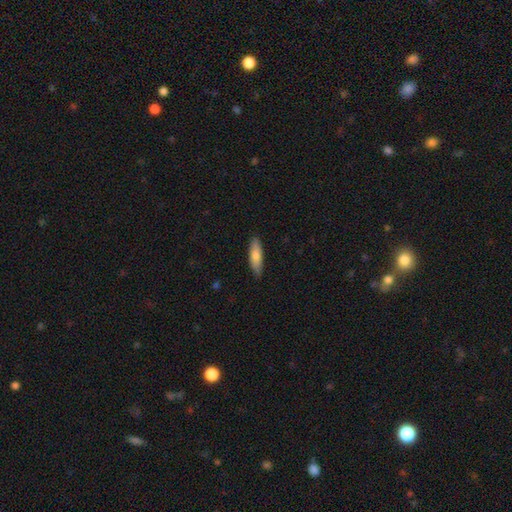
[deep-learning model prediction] Morphology: type=smooth (79%); roundness=cigar-shaped (59%); merging=none (87%).